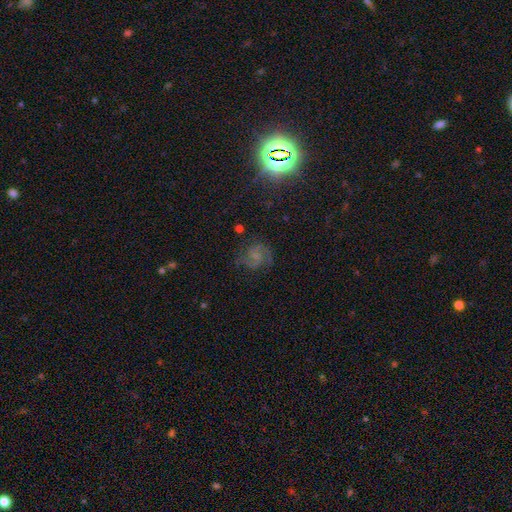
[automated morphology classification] The model was most divided on "bar": no: 54%, weak: 38%, strong: 7%. Remaining: edge-on disk — no (98%); spiral arms — yes (95%); spiral arm count — 2 (83%); smooth or featured — featured or disk (74%); merging — none (71%); spiral winding — medium (55%); bulge size — small (50%).